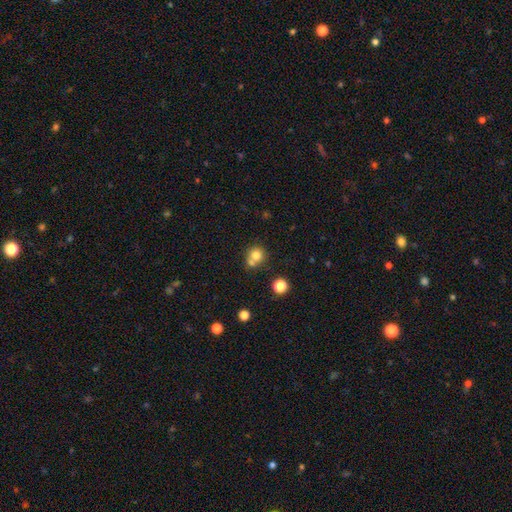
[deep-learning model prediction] Overall: smooth (78%). How rounded: round (87%). Merging: none (51%; merger 37%).